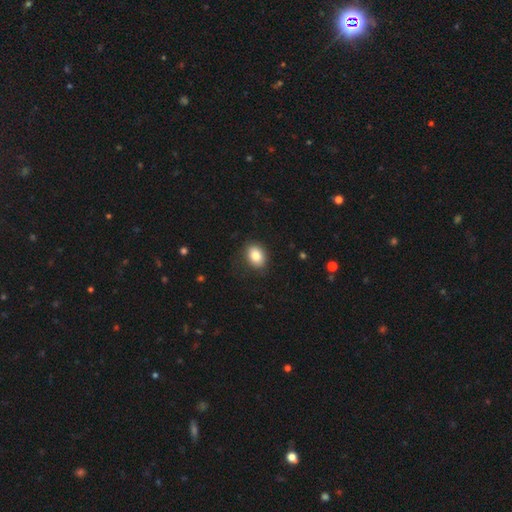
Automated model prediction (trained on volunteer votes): Smooth or featured?
  - smooth: 83% *
  - featured or disk: 9%
  - star or artifact: 8%
How rounded?
  - in between: 68% *
  - round: 31%
  - cigar-shaped: 1%
Merging?
  - none: 82% *
  - minor disturbance: 13%
  - major disturbance: 4%
  - merger: 1%